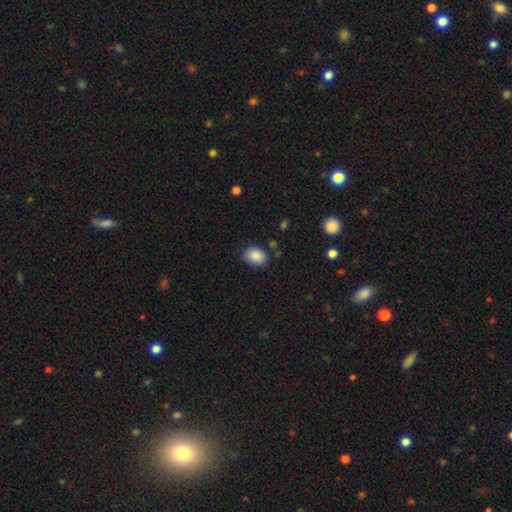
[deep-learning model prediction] Overall: smooth (88%). How rounded: in between (67%; round 32%). Merging: none (79%).